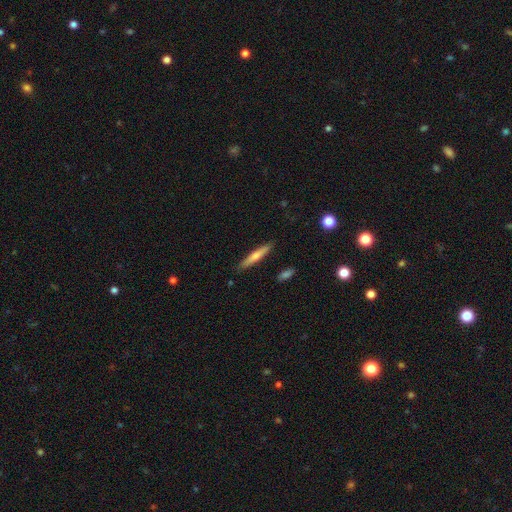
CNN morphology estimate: type=smooth (59%); roundness=cigar-shaped (91%); merging=none (89%).